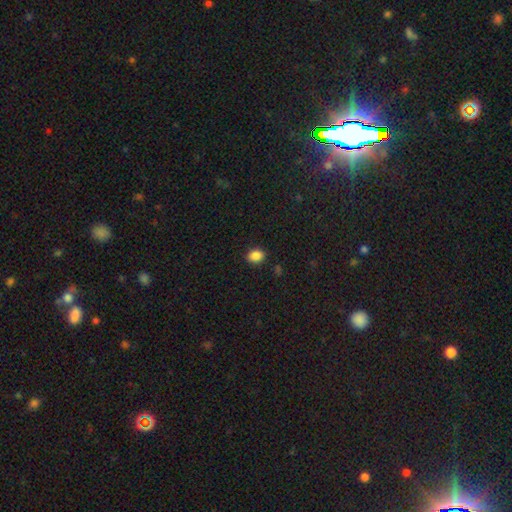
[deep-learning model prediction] A smooth galaxy with no disk features (87%) that is in between round and cigar-shaped (57%).

Vote fractions:
- Smooth or featured? smooth: 87% / star or artifact: 10% / featured or disk: 3%
- How rounded? in between: 57% / round: 42% / cigar-shaped: 1%
- Merging? none: 89% / minor disturbance: 8% / major disturbance: 2% / merger: 1%